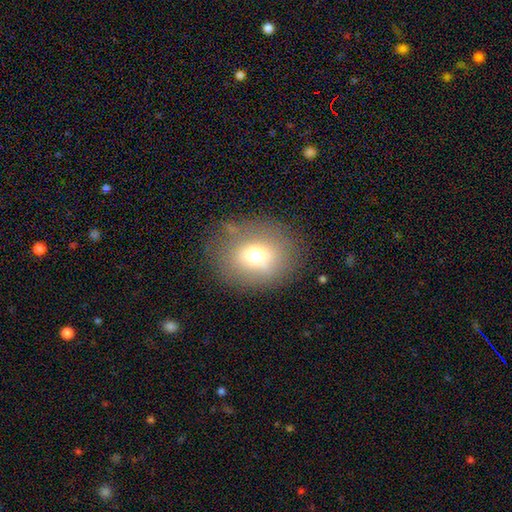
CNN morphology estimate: Smooth or featured?
  - smooth: 67% *
  - featured or disk: 18%
  - star or artifact: 15%
How rounded?
  - round: 68% *
  - in between: 31%
  - cigar-shaped: 1%
Merging?
  - none: 76% *
  - minor disturbance: 14%
  - major disturbance: 8%
  - merger: 2%